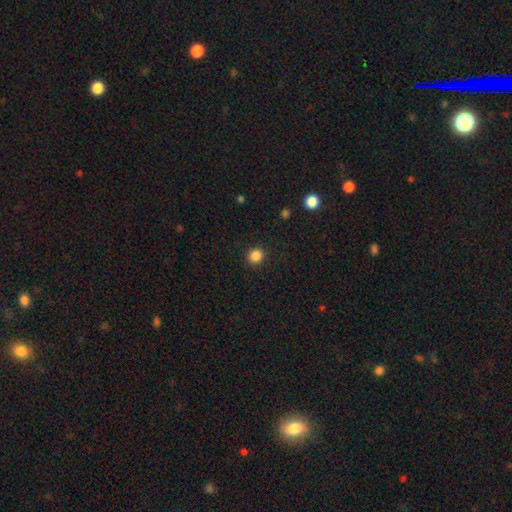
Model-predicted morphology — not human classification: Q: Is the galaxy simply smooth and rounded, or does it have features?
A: smooth — 86%.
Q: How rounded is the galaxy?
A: round — 83%.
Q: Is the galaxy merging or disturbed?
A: none — 91%.